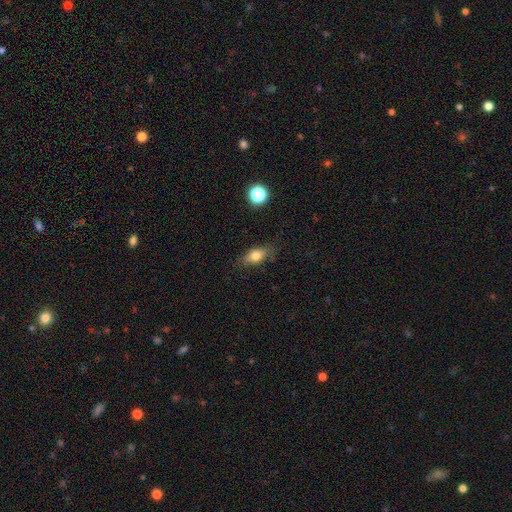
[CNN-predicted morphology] Smooth or featured? smooth (75%)
How rounded? in between (79%)
Merging? none (79%)